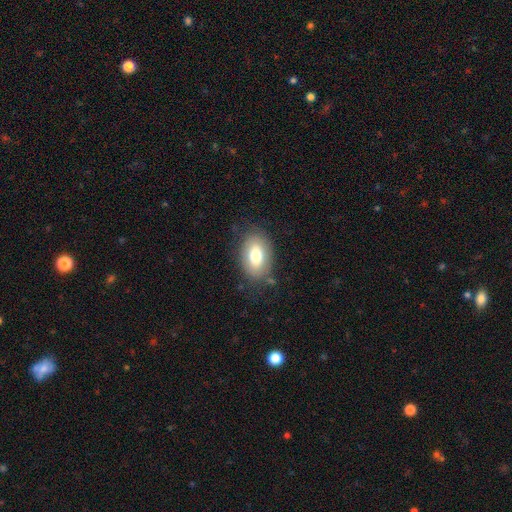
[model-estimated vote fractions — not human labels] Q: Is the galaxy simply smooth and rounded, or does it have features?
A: smooth — 74%.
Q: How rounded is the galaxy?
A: in between — 90%.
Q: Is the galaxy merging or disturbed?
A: none — 77%.